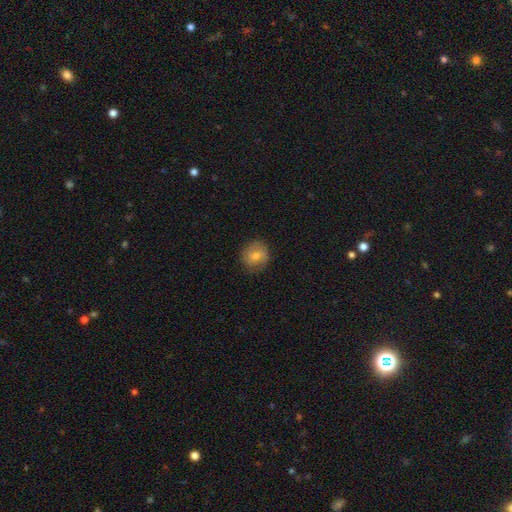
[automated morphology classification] Smooth or featured?
  - smooth: 59% *
  - featured or disk: 30%
  - star or artifact: 10%
How rounded?
  - round: 83% *
  - in between: 16%
  - cigar-shaped: 1%
Merging?
  - none: 81% *
  - minor disturbance: 14%
  - major disturbance: 4%
  - merger: 1%